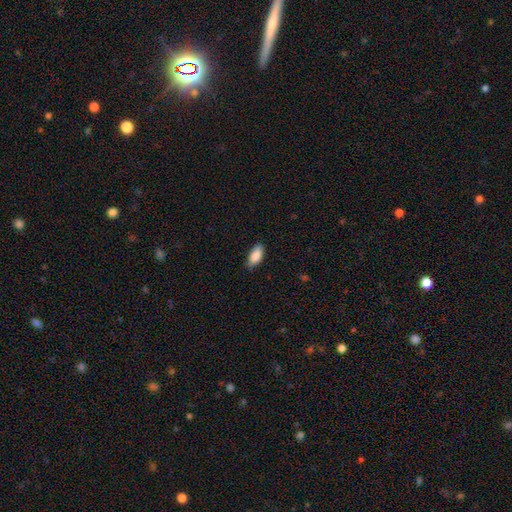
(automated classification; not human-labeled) Q: Smooth or featured?
A: smooth (88%); runner-up: star or artifact (7%)
Q: How rounded?
A: in between (90%); runner-up: cigar-shaped (8%)
Q: Merging?
A: none (79%); runner-up: minor disturbance (18%)